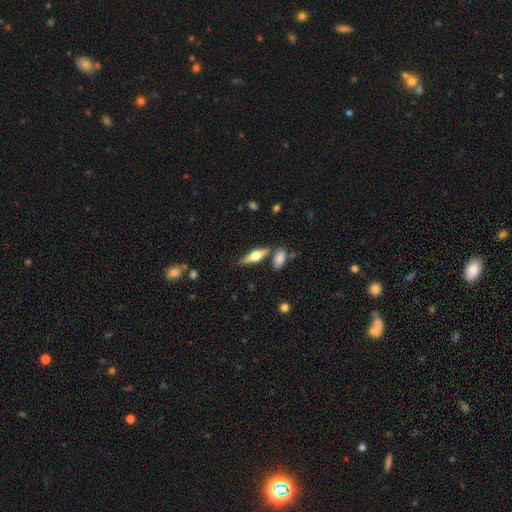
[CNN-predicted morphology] smooth_or_featured: featured or disk (p=0.49) [alt: smooth p=0.45]
merging: none (p=0.70) [alt: merger p=0.14]